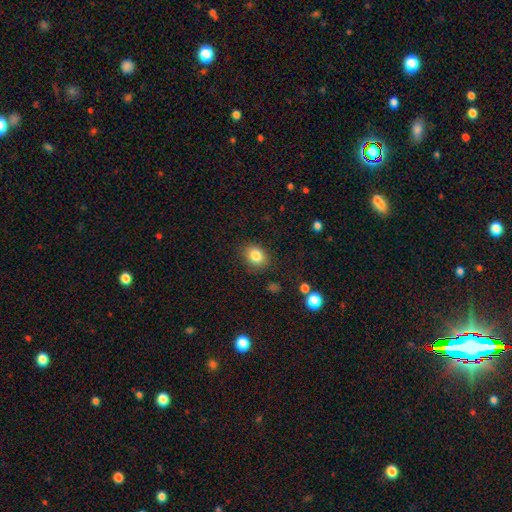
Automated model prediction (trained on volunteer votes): A smooth galaxy with no disk features (84%) that is round (50%). Merging: none (84%).